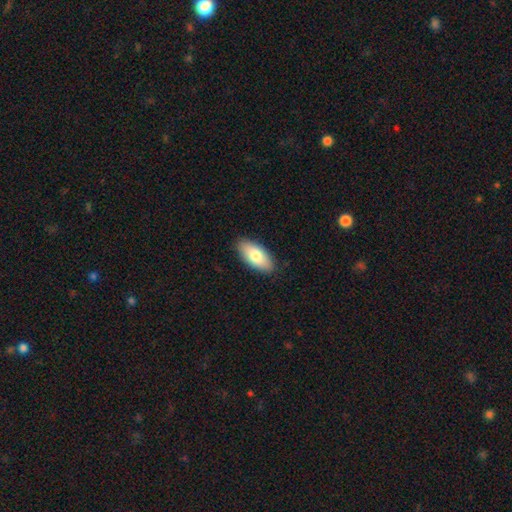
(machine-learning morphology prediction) This appears to be a smooth galaxy with no disk features (80%) that is in between round and cigar-shaped (90%). Merging: none (89%).